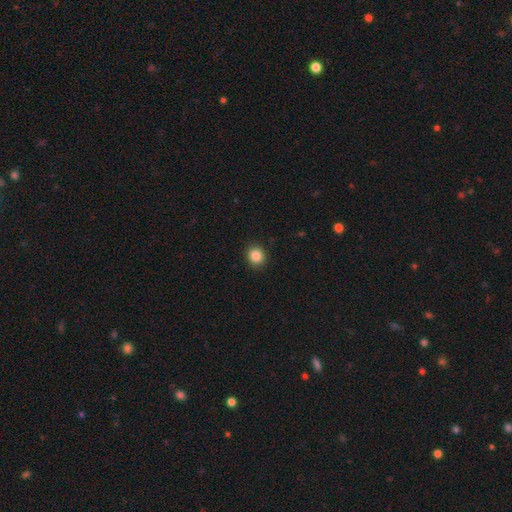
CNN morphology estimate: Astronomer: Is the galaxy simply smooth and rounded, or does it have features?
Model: smooth — 87%.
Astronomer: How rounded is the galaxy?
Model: round — 79%.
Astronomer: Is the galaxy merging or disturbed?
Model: none — 90%.